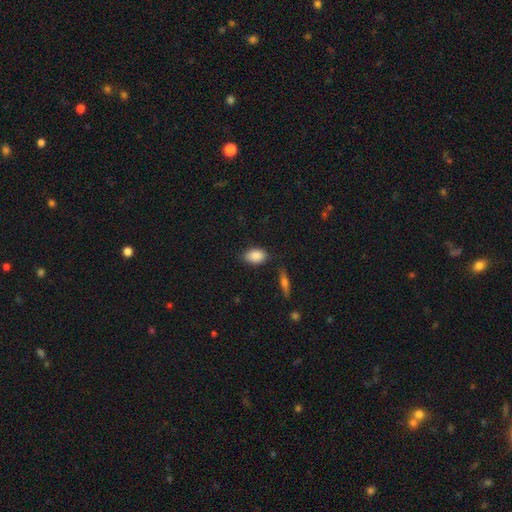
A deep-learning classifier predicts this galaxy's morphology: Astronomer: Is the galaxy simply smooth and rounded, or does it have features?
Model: smooth — 87%.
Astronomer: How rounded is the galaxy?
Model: in between — 87%.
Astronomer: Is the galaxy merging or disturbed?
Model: none — 78%.